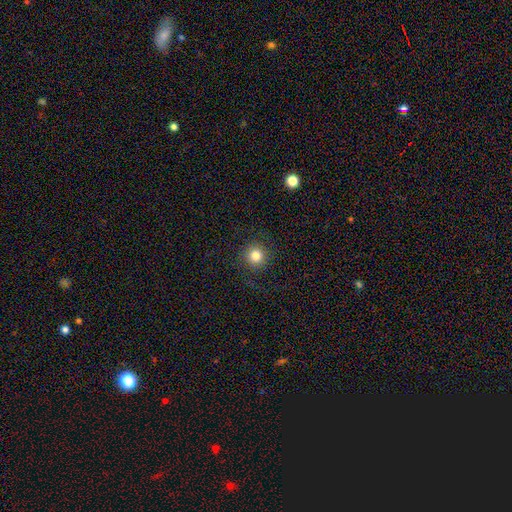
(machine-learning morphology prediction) Smooth or featured? Predicted: smooth (p=0.82). How rounded? Predicted: round (p=0.94). Merging? Predicted: none (p=0.89).